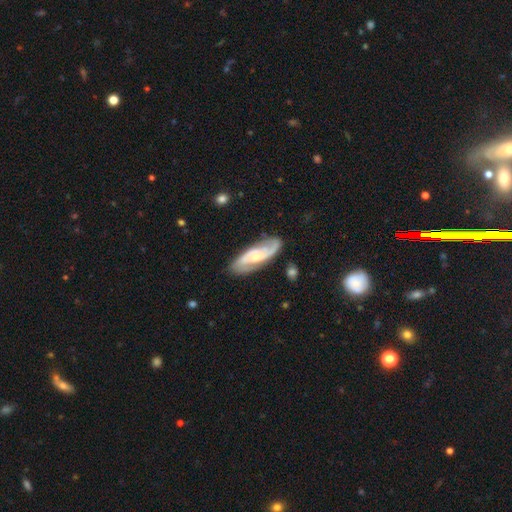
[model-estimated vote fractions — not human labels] Smooth or featured?
  - featured or disk: 78% *
  - smooth: 17%
  - star or artifact: 5%
Edge-on disk?
  - no: 90% *
  - yes: 10%
Bar?
  - no: 52% *
  - weak: 38%
  - strong: 10%
Spiral arms?
  - yes: 95% *
  - no: 5%
Spiral winding?
  - medium: 48% *
  - tight: 27%
  - loose: 26%
Spiral arm count?
  - 2: 78% *
  - can't tell: 10%
  - 3: 5%
  - 1: 3%
  - 4: 2%
  - more than 4: 1%
Bulge size?
  - small: 48% *
  - moderate: 44%
  - large: 4%
  - none: 3%
  - dominant: 1%
Merging?
  - none: 79% *
  - minor disturbance: 15%
  - major disturbance: 4%
  - merger: 2%